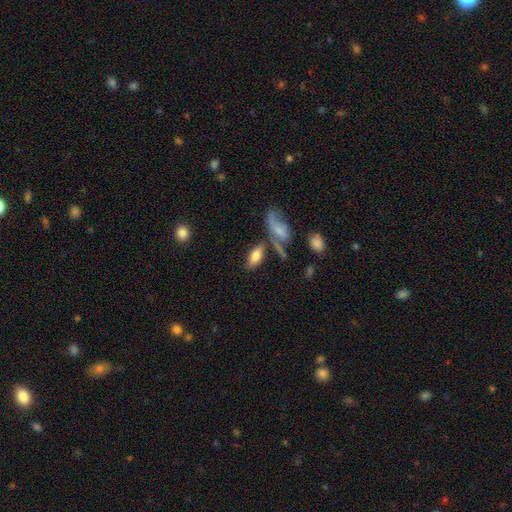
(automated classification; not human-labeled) This appears to be a smooth galaxy with no disk features (69%) that is in between round and cigar-shaped (82%). Merging: none (56%).